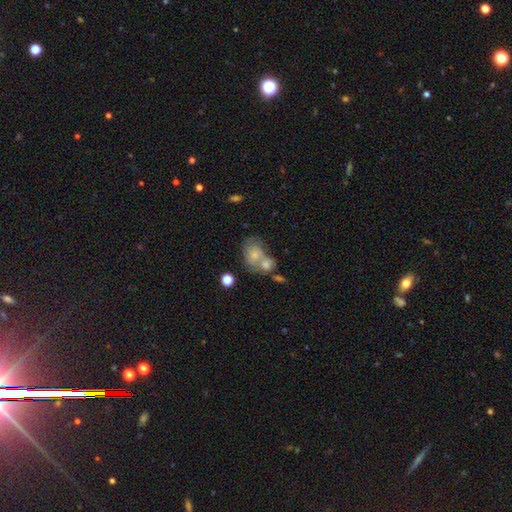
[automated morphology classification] The model was most divided on "how rounded": in between: 58%, round: 41%, cigar-shaped: 1%. More confident: smooth or featured — smooth (55%); merging — merger (55%).